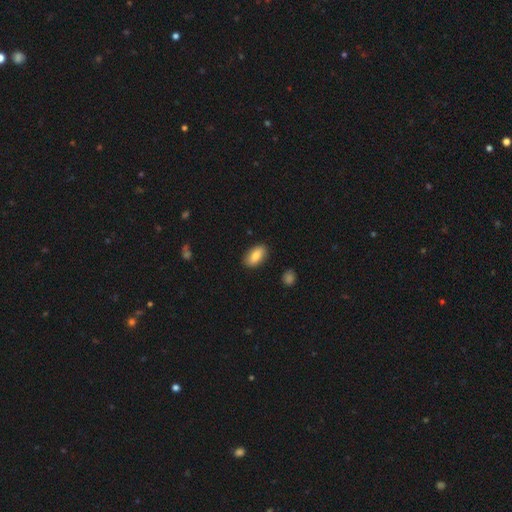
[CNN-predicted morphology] Q: Smooth or featured?
A: smooth (82%); runner-up: featured or disk (11%)
Q: How rounded?
A: in between (91%); runner-up: cigar-shaped (6%)
Q: Merging?
A: none (87%); runner-up: minor disturbance (9%)